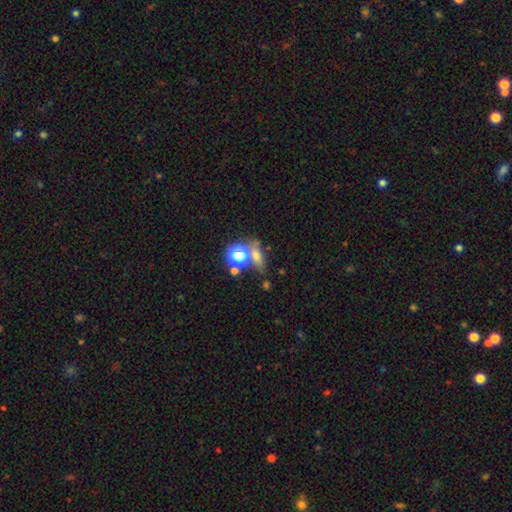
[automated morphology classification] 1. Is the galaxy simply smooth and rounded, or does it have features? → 61% smooth, 25% star or artifact, 15% featured or disk.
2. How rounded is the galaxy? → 51% in between, 36% round, 13% cigar-shaped.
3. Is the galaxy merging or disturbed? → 56% none, 23% merger, 13% minor disturbance, 7% major disturbance.